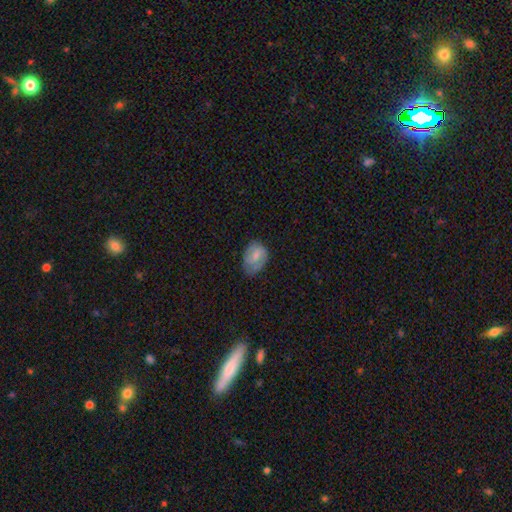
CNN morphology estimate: This appears to be a smooth galaxy with no disk features (64%) that is in between round and cigar-shaped (77%). Merging: none (57%).